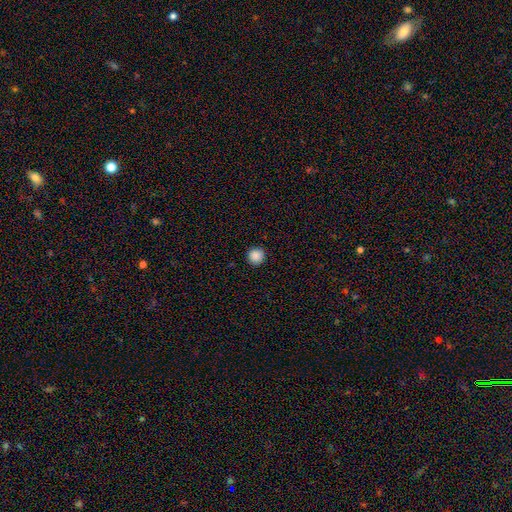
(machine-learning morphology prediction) type=smooth (88%); roundness=round (95%); merging=none (92%).